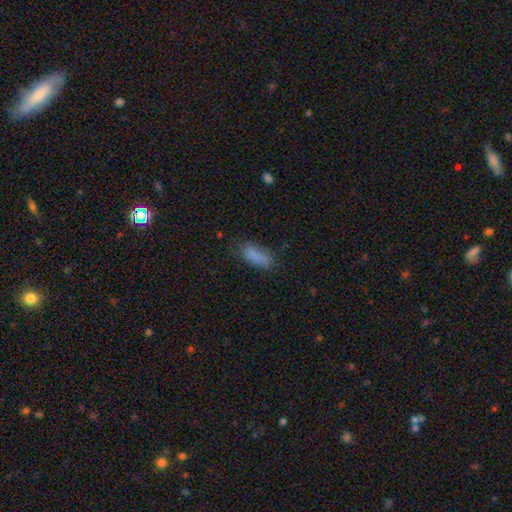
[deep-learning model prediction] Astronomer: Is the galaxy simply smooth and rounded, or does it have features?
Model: smooth — 82%.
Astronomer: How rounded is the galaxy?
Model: in between — 80%.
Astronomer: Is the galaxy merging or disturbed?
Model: none — 66%.